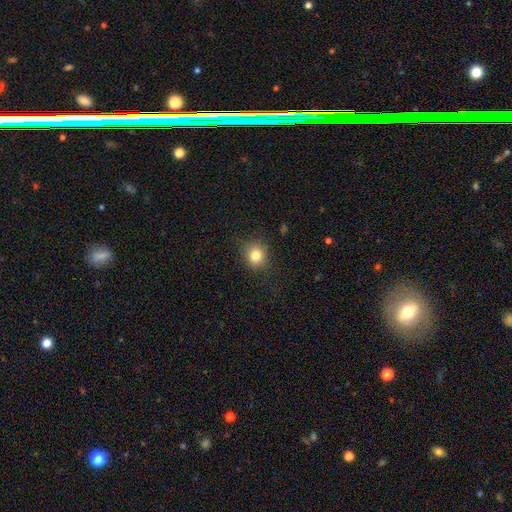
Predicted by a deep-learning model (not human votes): Smooth or featured: smooth — 81% (star or artifact — 12%)
How rounded: round — 78% (in between — 21%)
Merging: none — 84% (minor disturbance — 11%)